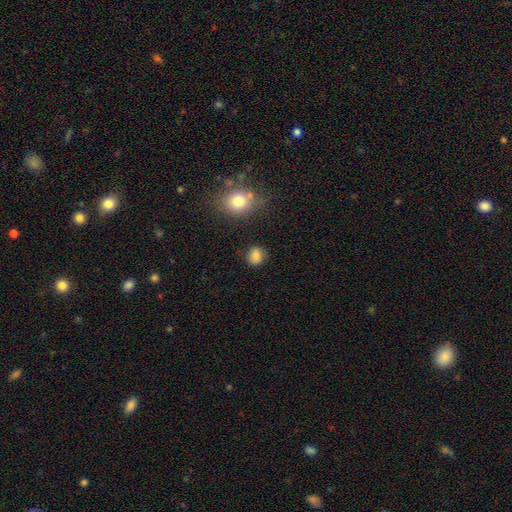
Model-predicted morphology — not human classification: Smooth or featured? Predicted: smooth (p=0.83). How rounded? Predicted: round (p=0.73). Merging? Predicted: none (p=0.84).